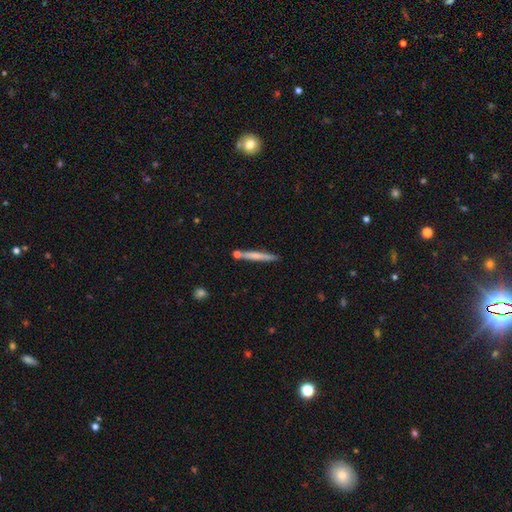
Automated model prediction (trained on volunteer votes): Morphology: type=smooth (60%); roundness=cigar-shaped (95%); merging=none (75%).